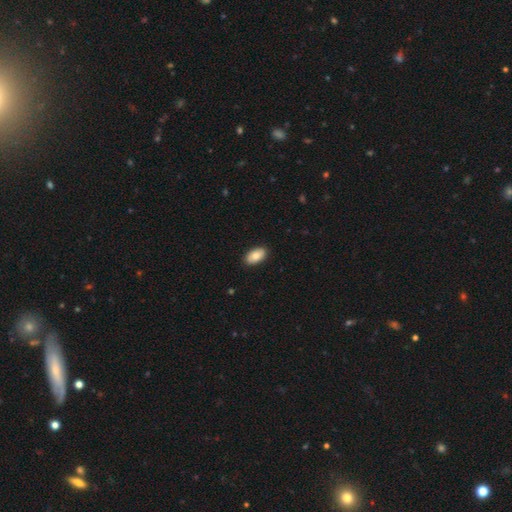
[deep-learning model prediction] The model was most divided on "smooth or featured": smooth: 86%, featured or disk: 8%, star or artifact: 6%. More confident: how rounded — in between (95%); merging — none (89%).